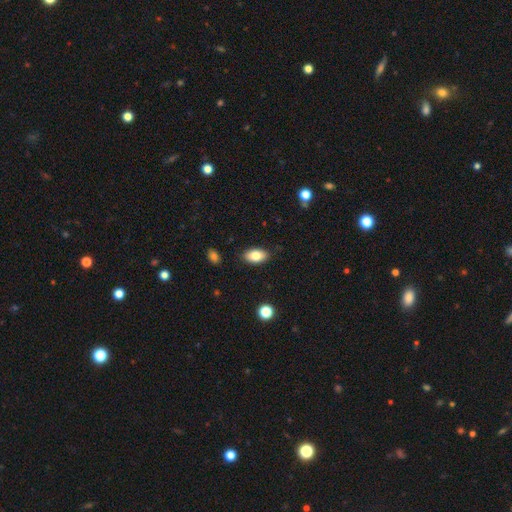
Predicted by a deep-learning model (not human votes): Morphology: type=smooth (81%); roundness=in between (93%); merging=none (87%).